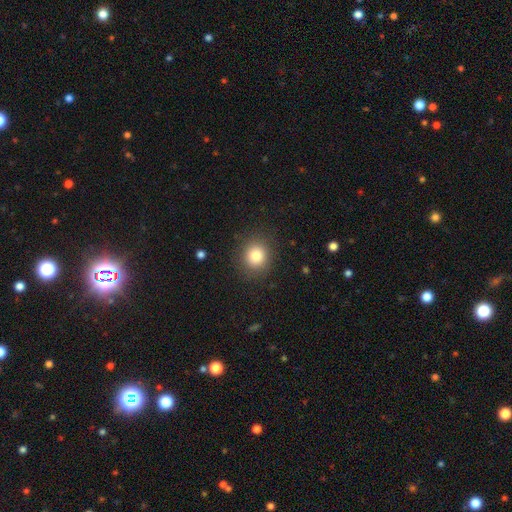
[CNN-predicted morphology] A smooth galaxy with no disk features (81%) that is round (84%).

Vote fractions:
- Smooth or featured? smooth: 81% / star or artifact: 11% / featured or disk: 8%
- How rounded? round: 84% / in between: 15% / cigar-shaped: 1%
- Merging? none: 88% / minor disturbance: 8% / major disturbance: 3% / merger: 1%